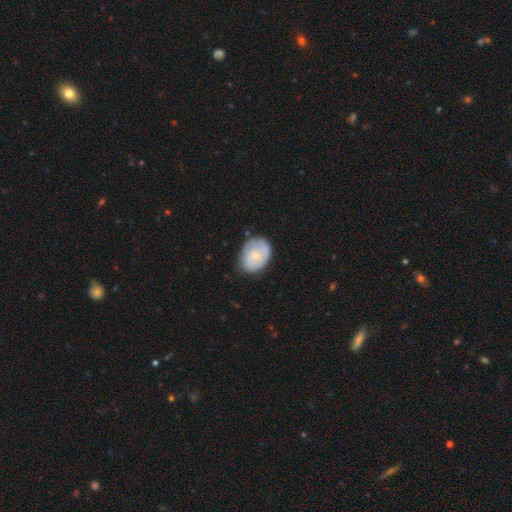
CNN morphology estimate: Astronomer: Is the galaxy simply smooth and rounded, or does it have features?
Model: smooth — 61%.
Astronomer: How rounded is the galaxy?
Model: in between — 66%.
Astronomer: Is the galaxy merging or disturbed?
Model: none — 67%.